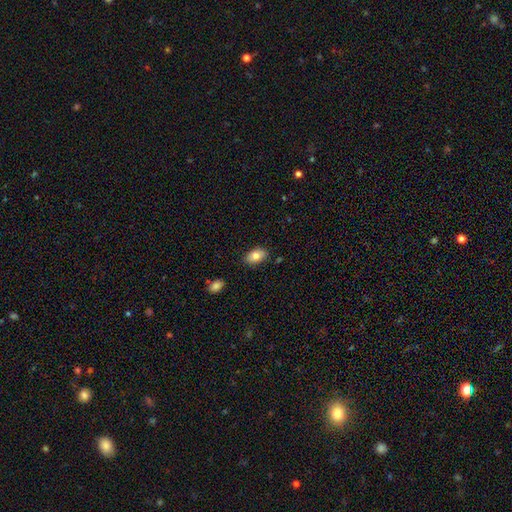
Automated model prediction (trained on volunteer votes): smooth_or_featured: smooth (p=0.81) [alt: featured or disk p=0.12]
how_rounded: in between (p=0.90) [alt: round p=0.08]
merging: none (p=0.84) [alt: minor disturbance p=0.12]